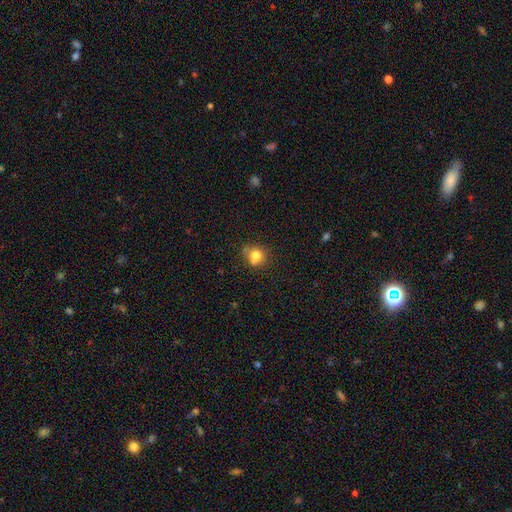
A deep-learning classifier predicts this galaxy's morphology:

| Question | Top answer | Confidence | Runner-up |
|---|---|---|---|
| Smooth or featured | smooth | 77% | star or artifact (12%) |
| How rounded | round | 81% | in between (18%) |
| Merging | none | 58% | minor disturbance (19%) |